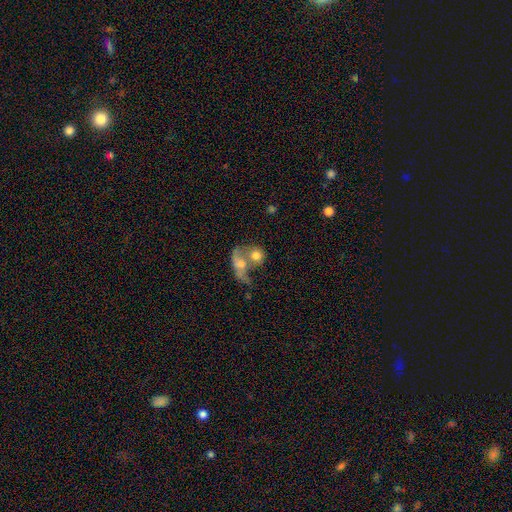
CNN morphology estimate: The model was most divided on "how rounded": round: 67%, in between: 31%, cigar-shaped: 2%. More confident: smooth or featured — smooth (67%); merging — merger (63%).